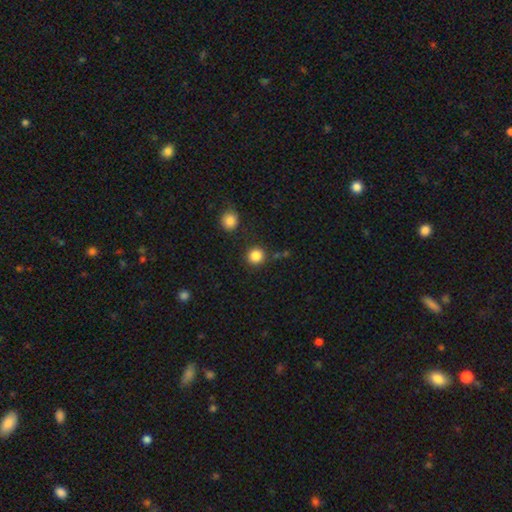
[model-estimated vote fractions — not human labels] smooth-or-featured: smooth: 85% | star or artifact: 10% | featured or disk: 4%
  how-rounded: round: 93% | in between: 6% | cigar-shaped: 1%
  merging: none: 87% | minor disturbance: 7% | merger: 4% | major disturbance: 3%